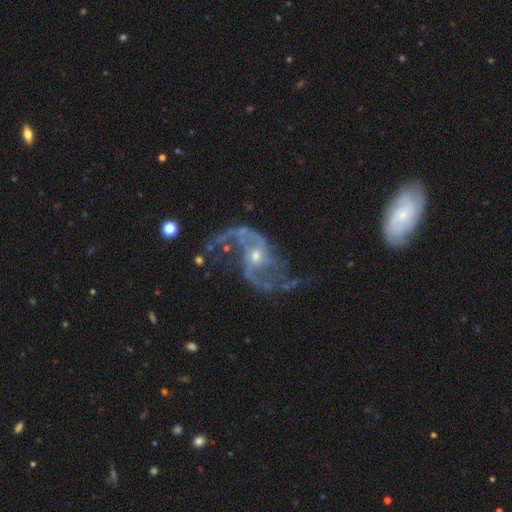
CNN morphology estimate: smooth_or_featured: featured or disk (p=0.91) [alt: star or artifact p=0.06]
disk_edge_on: no (p=0.97) [alt: yes p=0.03]
bar: no (p=0.52) [alt: weak p=0.35]
has_spiral_arms: yes (p=0.97) [alt: no p=0.03]
spiral_winding: loose (p=0.60) [alt: medium p=0.32]
spiral_arm_count: 2 (p=0.91) [alt: can't tell p=0.02]
bulge_size: small (p=0.55) [alt: moderate p=0.41]
merging: none (p=0.63) [alt: minor disturbance p=0.17]